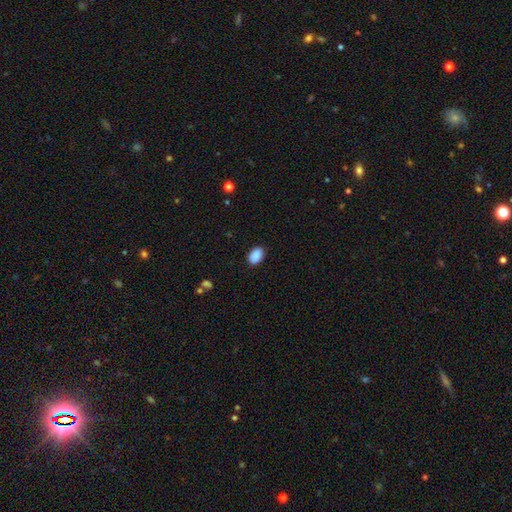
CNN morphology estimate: Smooth or featured? smooth (90%)
How rounded? in between (89%)
Merging? none (88%)